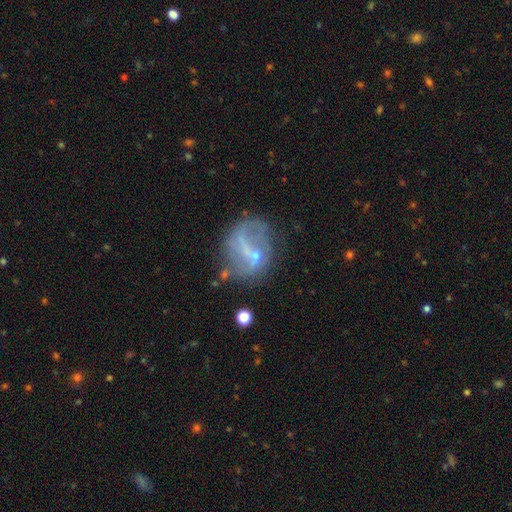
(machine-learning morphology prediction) A featured or disk galaxy (69%) with a weak bar (43%), spiral arms (66%) and a small central bulge (59%). Merging: none (48%).